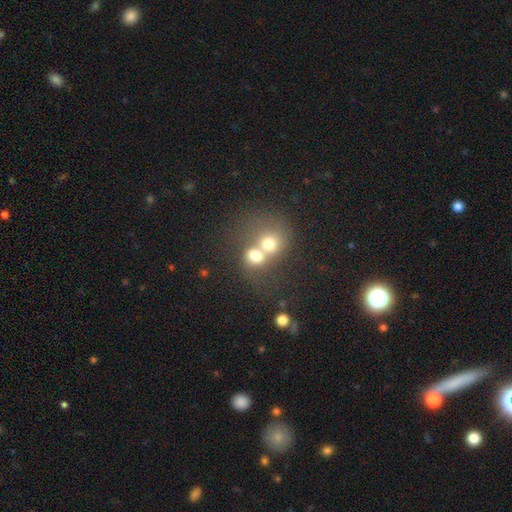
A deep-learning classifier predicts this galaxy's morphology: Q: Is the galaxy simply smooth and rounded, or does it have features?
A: smooth — 68%.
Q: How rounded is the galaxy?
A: round — 68%.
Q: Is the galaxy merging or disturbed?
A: merger — 73%.